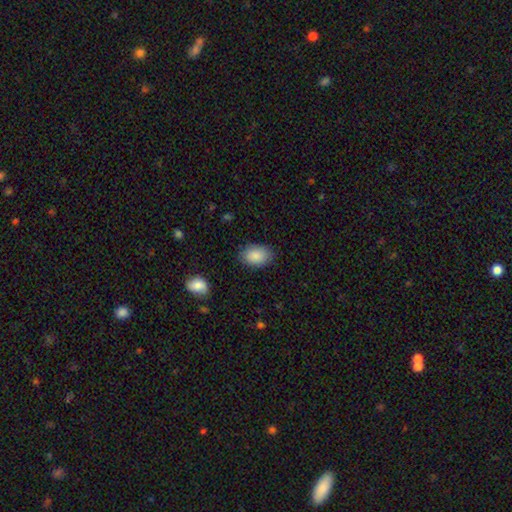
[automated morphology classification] smooth-or-featured: smooth: 88% | star or artifact: 7% | featured or disk: 5%
  how-rounded: in between: 87% | round: 12% | cigar-shaped: 1%
  merging: none: 84% | minor disturbance: 12% | major disturbance: 3% | merger: 1%